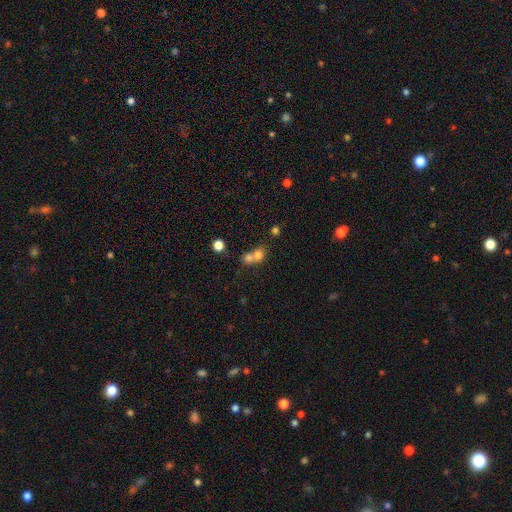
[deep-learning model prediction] smooth 73%, featured or disk 14%, star or artifact 13%. Down the decision tree: how rounded — round (69%); merging — merger (63%).